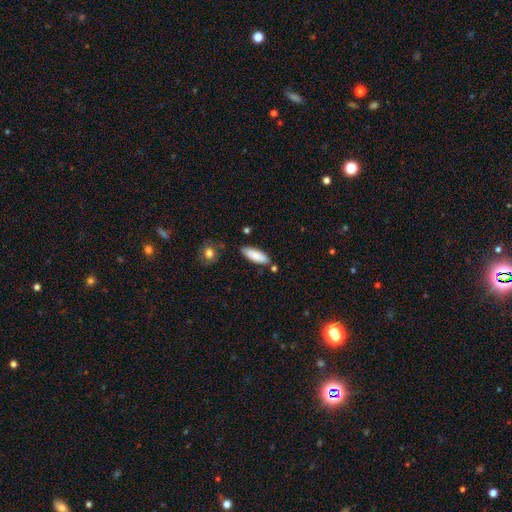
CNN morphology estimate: Overall: smooth (85%). How rounded: in between (67%; cigar-shaped 32%). Merging: none (78%).